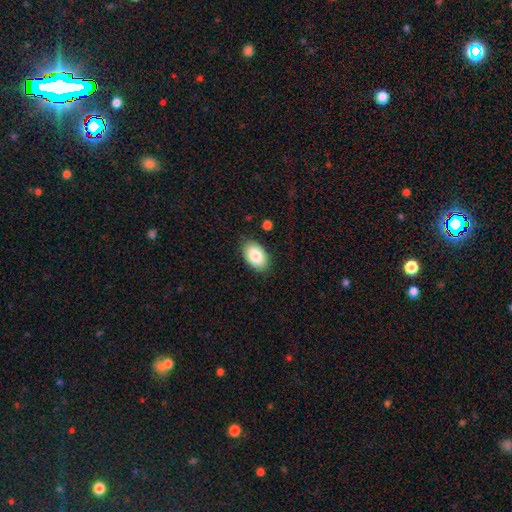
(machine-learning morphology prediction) Smooth or featured: smooth — 84% (featured or disk — 9%)
How rounded: in between — 91% (round — 8%)
Merging: none — 87% (minor disturbance — 10%)